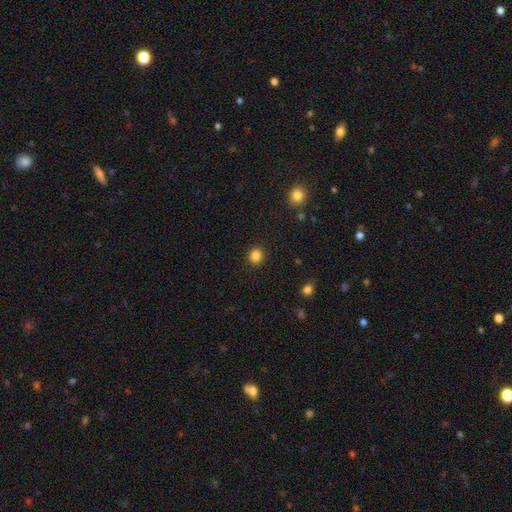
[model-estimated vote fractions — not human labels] Overall: smooth (84%). How rounded: round (89%). Merging: none (92%).